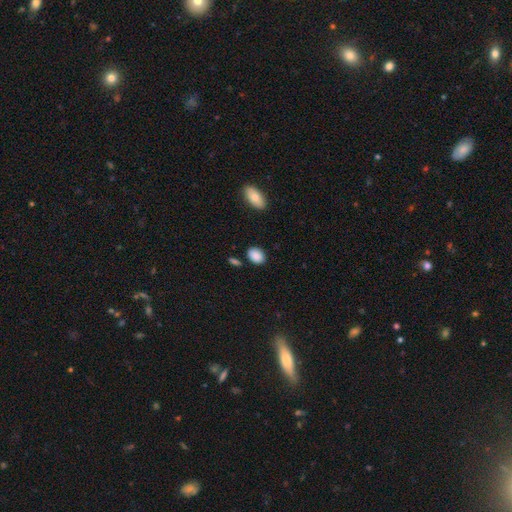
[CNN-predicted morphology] smooth_or_featured: smooth (p=0.88) [alt: star or artifact p=0.07]
how_rounded: in between (p=0.77) [alt: round p=0.21]
merging: none (p=0.81) [alt: minor disturbance p=0.12]